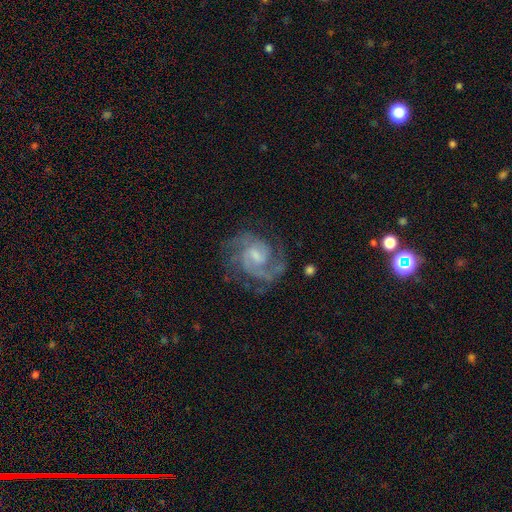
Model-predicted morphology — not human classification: A featured or disk galaxy (90%) with a weak bar (55%), 2 (68%) medium (49%) spiral arms (98%) and a small central bulge (48%).

Vote fractions:
- Smooth or featured? featured or disk: 90% / star or artifact: 5% / smooth: 5%
- Edge-on disk? no: 98% / yes: 2%
- Bar? weak: 55% / no: 33% / strong: 11%
- Spiral arms? yes: 98% / no: 2%
- Spiral winding? medium: 49% / tight: 42% / loose: 8%
- Spiral arm count? 2: 68% / 3: 15% / can't tell: 8% / 1: 3% / 4: 3% / more than 4: 3%
- Bulge size? small: 48% / moderate: 33% / none: 15% / large: 3% / dominant: 1%
- Merging? none: 72% / minor disturbance: 16% / major disturbance: 10% / merger: 1%